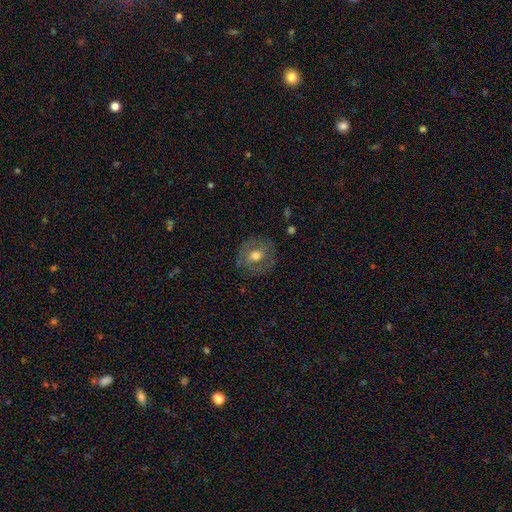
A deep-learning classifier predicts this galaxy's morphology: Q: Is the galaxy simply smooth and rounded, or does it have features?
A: smooth — 53%.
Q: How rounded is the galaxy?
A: round — 79%.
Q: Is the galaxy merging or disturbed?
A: none — 79%.